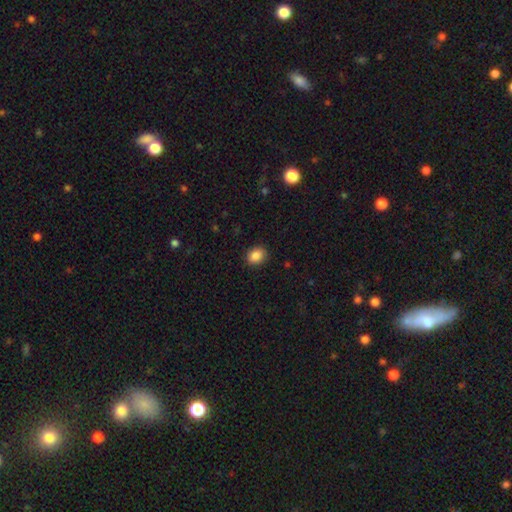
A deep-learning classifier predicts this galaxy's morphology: Smooth or featured: smooth — 87% (star or artifact — 9%)
How rounded: in between — 53% (round — 46%)
Merging: none — 89% (minor disturbance — 8%)